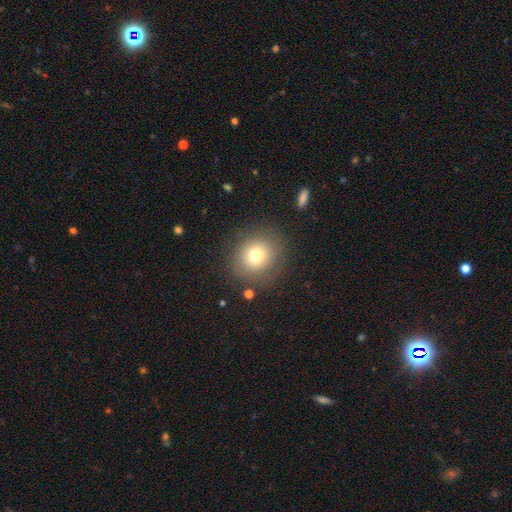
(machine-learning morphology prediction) Smooth or featured?
  - smooth: 74% *
  - featured or disk: 13%
  - star or artifact: 13%
How rounded?
  - round: 85% *
  - in between: 14%
  - cigar-shaped: 1%
Merging?
  - none: 84% *
  - minor disturbance: 10%
  - major disturbance: 5%
  - merger: 2%